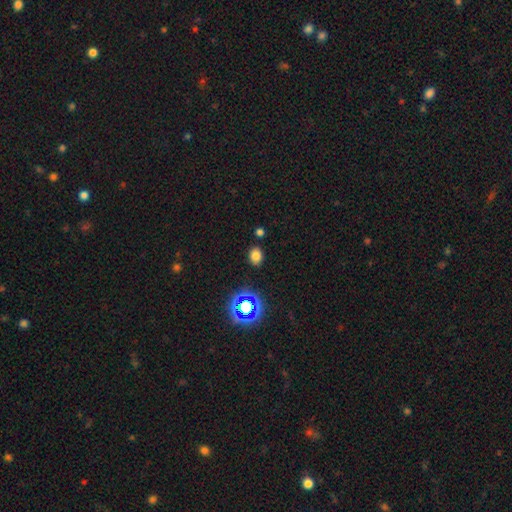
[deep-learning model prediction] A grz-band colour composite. It shows a smooth galaxy with no disk features (73%) that is in between round and cigar-shaped (56%). Merging: none (85%).